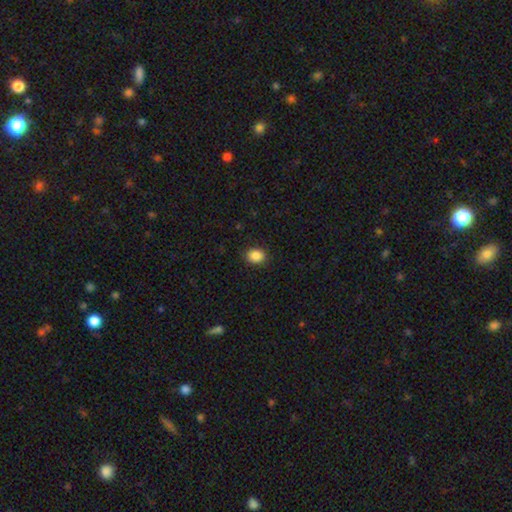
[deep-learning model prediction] A smooth galaxy with no disk features (87%) that is round (53%). Merging: none (89%).